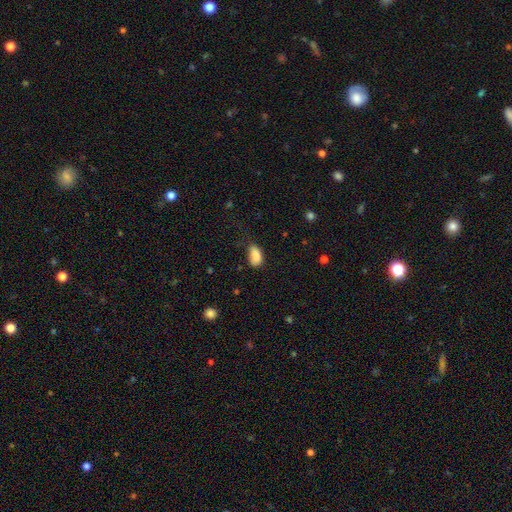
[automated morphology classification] Overall: smooth (85%). How rounded: in between (92%). Merging: none (49%; minor disturbance 35%).